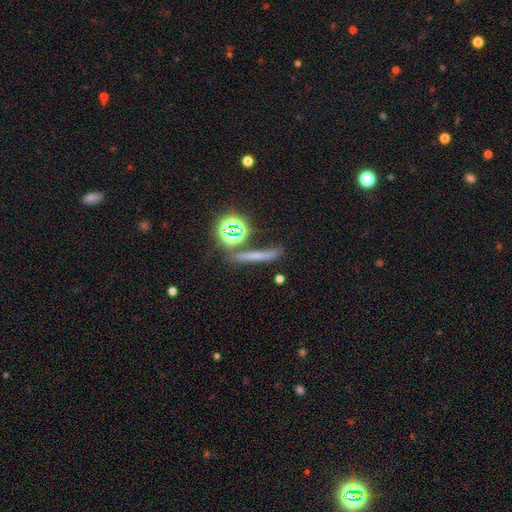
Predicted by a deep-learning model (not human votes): A smooth galaxy with no disk features (48%).

Vote fractions:
- Smooth or featured? smooth: 48% / star or artifact: 29% / featured or disk: 23%
- Merging? none: 70% / minor disturbance: 14% / merger: 9% / major disturbance: 7%